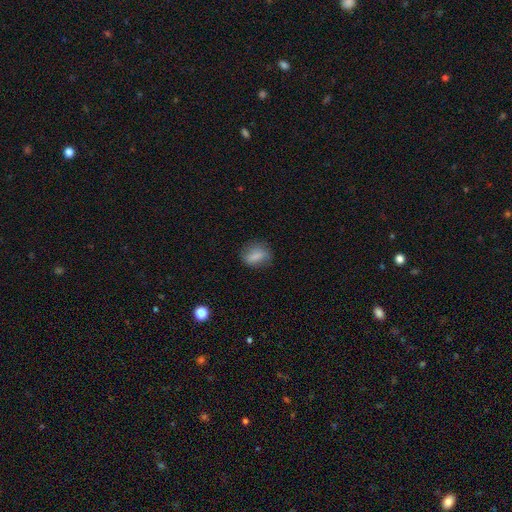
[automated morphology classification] This is likely a smooth galaxy (79%). How rounded: likely in between (64%). Merging: likely none (73%).